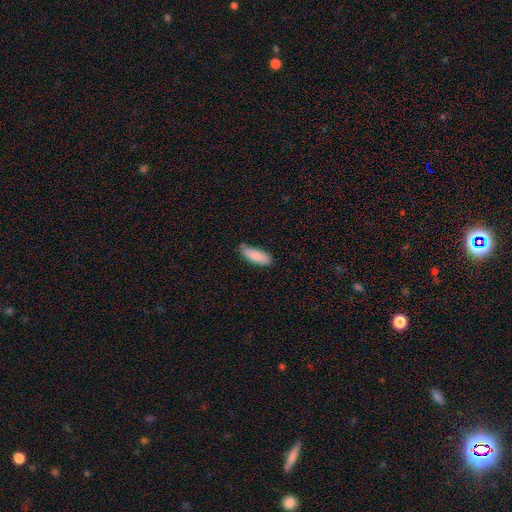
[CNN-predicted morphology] Smooth or featured: smooth — 87% (featured or disk — 7%)
How rounded: in between — 67% (cigar-shaped — 31%)
Merging: none — 67% (minor disturbance — 26%)